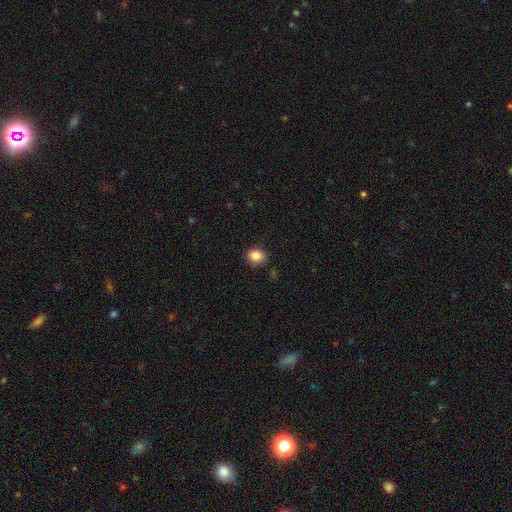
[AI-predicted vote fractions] Q: Smooth or featured?
A: smooth (86%); runner-up: star or artifact (9%)
Q: How rounded?
A: round (52%); runner-up: in between (47%)
Q: Merging?
A: none (84%); runner-up: minor disturbance (12%)